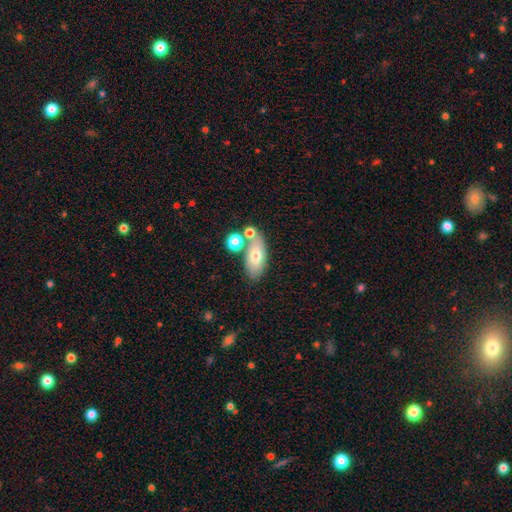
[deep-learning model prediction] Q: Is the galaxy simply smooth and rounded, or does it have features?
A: smooth — 67%.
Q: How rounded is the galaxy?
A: in between — 84%.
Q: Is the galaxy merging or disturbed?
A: none — 60%.